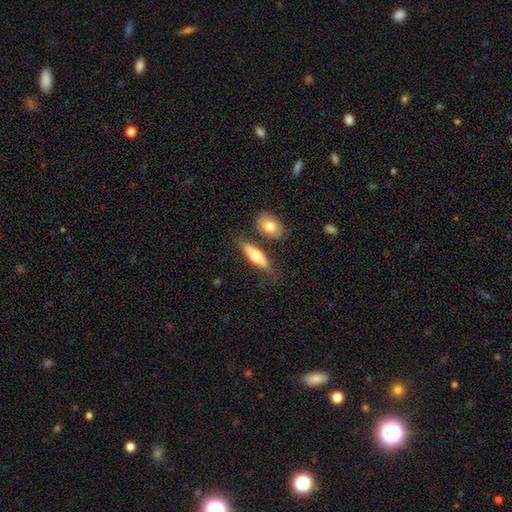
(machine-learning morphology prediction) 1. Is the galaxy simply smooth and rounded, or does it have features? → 62% smooth, 33% featured or disk, 5% star or artifact.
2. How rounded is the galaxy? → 55% in between, 42% cigar-shaped, 3% round.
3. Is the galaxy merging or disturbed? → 69% none, 14% minor disturbance, 13% merger, 4% major disturbance.